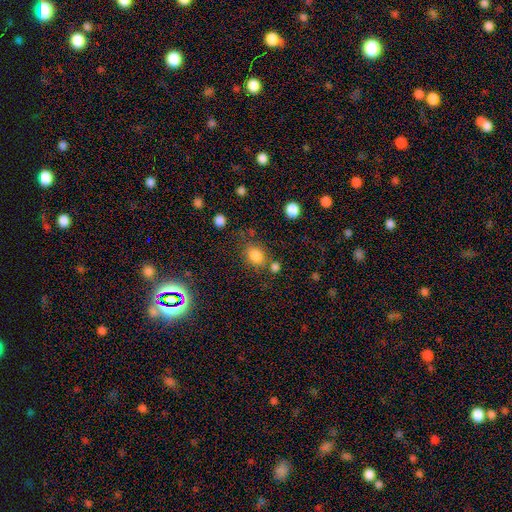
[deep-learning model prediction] Smooth or featured? Predicted: smooth (p=0.82). How rounded? Predicted: in between (p=0.59). Merging? Predicted: none (p=0.67).